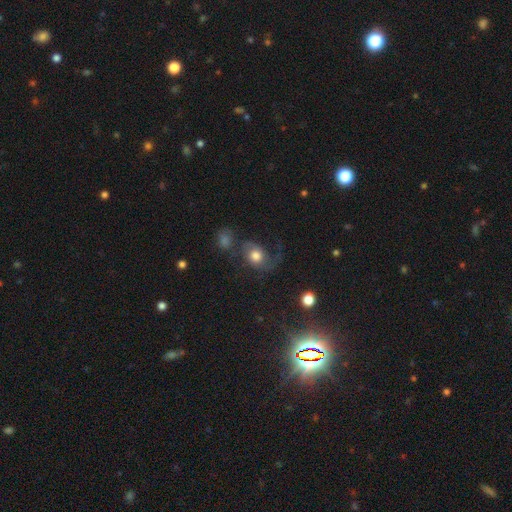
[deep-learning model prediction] A smooth galaxy with no disk features (46%).

Vote fractions:
- Smooth or featured? smooth: 46% / featured or disk: 44% / star or artifact: 10%
- Merging? none: 38% / major disturbance: 32% / minor disturbance: 20% / merger: 10%